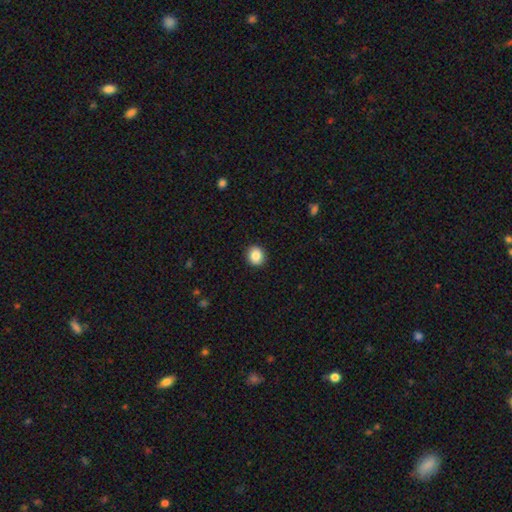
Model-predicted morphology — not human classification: Smooth or featured? smooth (87%)
How rounded? round (84%)
Merging? none (92%)